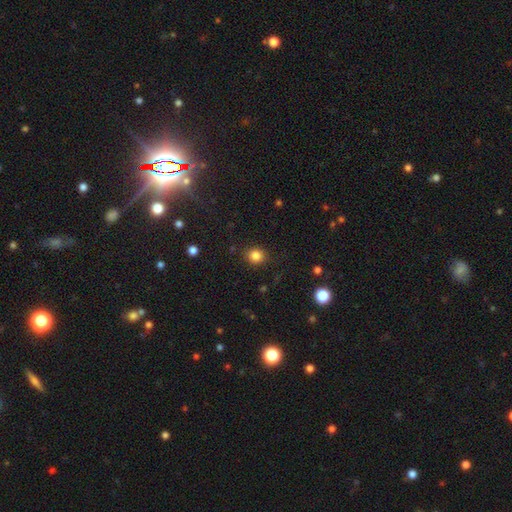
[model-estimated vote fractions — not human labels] Smooth or featured? smooth (84%)
How rounded? round (82%)
Merging? none (87%)